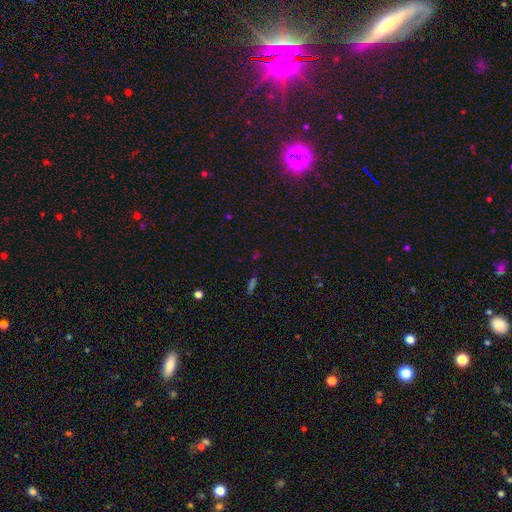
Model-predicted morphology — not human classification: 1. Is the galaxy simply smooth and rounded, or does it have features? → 53% star or artifact, 36% smooth, 11% featured or disk.